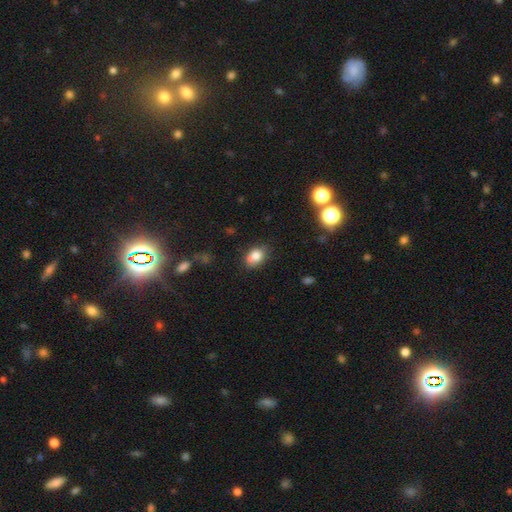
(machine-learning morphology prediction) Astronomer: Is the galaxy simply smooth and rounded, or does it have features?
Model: smooth — 80%.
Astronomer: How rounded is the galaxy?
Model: in between — 74%.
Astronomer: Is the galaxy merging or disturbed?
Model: none — 65%.